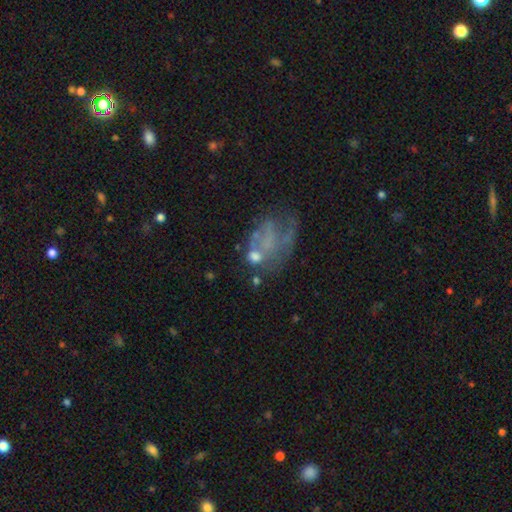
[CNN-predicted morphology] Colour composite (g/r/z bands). It shows a featured or disk galaxy (54%) with no bar (82%), no spiral arms (70%) and no central bulge (66%). Merging: major disturbance (34%, tied with none).